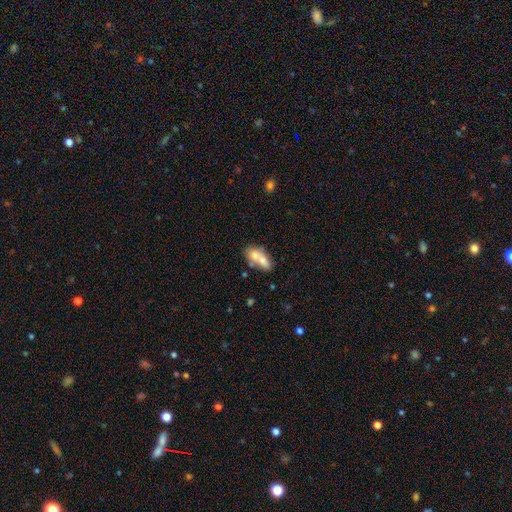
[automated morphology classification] A smooth galaxy with no disk features (66%) that is in between round and cigar-shaped (76%). Merging: merger (59%).